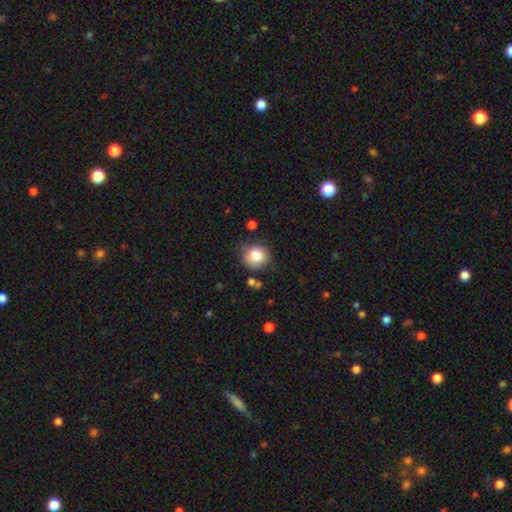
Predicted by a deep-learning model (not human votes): Smooth or featured? Predicted: smooth (p=0.83). How rounded? Predicted: round (p=0.88). Merging? Predicted: none (p=0.73).